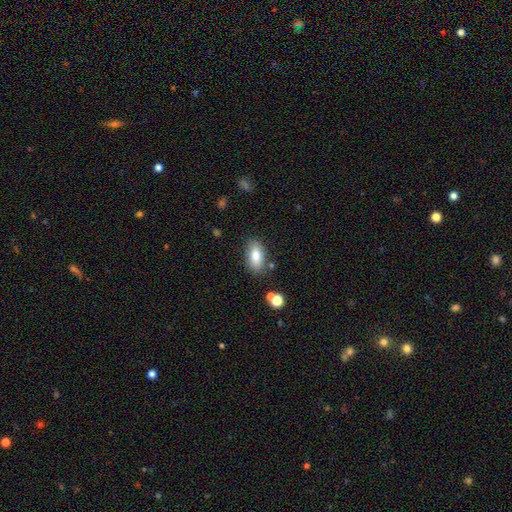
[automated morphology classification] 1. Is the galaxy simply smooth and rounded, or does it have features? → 82% smooth, 9% featured or disk, 8% star or artifact.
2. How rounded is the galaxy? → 90% in between, 5% cigar-shaped, 5% round.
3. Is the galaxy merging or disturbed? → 81% none, 12% minor disturbance, 4% merger, 3% major disturbance.